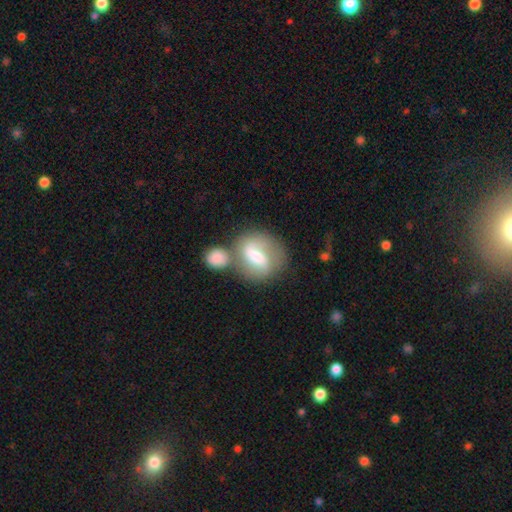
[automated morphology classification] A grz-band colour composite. It shows a featured or disk galaxy (50%). Merging: merger (39%).